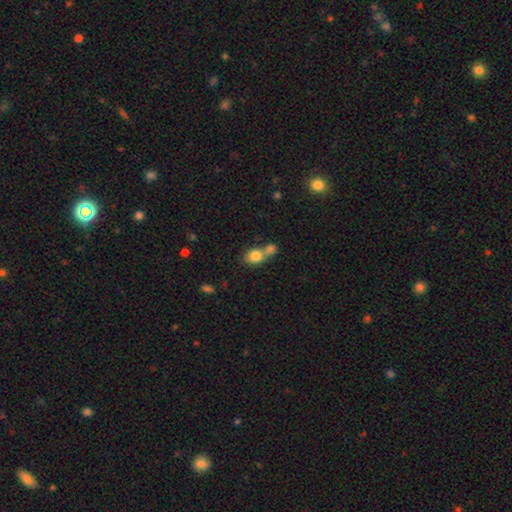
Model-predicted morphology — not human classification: This is clearly a smooth galaxy (80%). How rounded: possibly in between (51%). Merging: likely merger (62%).